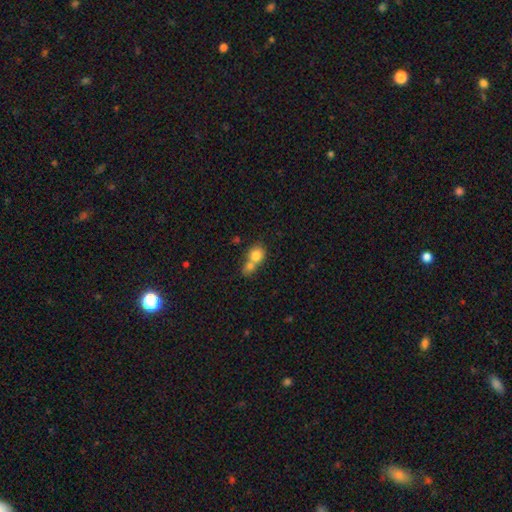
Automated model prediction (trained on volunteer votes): Smooth or featured: smooth — 78% (featured or disk — 13%)
How rounded: round — 72% (in between — 27%)
Merging: merger — 65% (none — 26%)